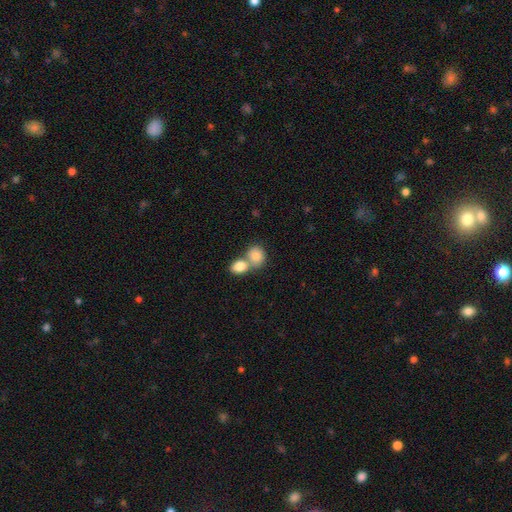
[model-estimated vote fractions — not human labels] Q: Smooth or featured?
A: smooth (83%); runner-up: featured or disk (9%)
Q: How rounded?
A: round (61%); runner-up: in between (38%)
Q: Merging?
A: merger (59%); runner-up: none (32%)